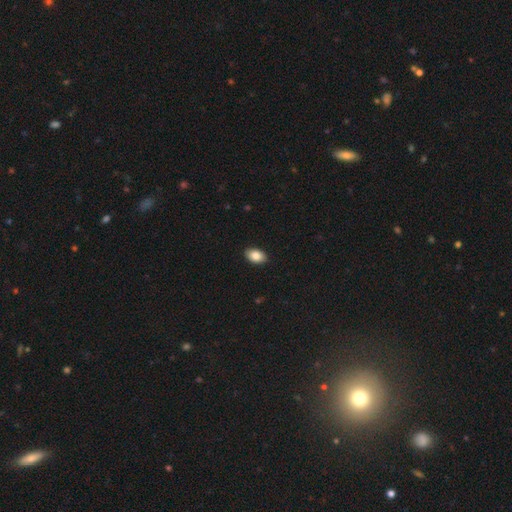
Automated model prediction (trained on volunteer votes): This is clearly a smooth galaxy (87%). How rounded: clearly in between (91%). Merging: clearly none (90%).